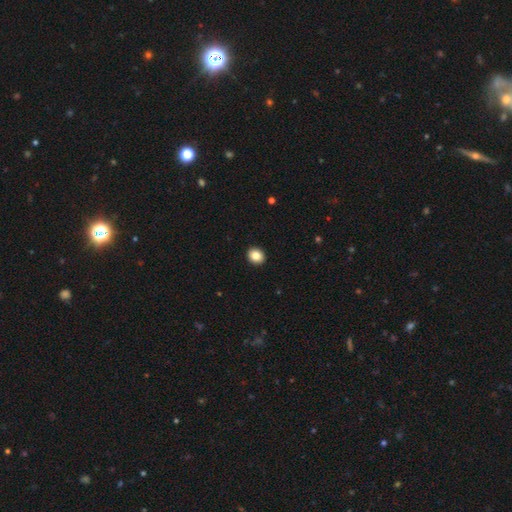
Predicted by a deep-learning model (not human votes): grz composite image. It shows a smooth galaxy with no disk features (85%) that is round (67%). Merging: none (93%).